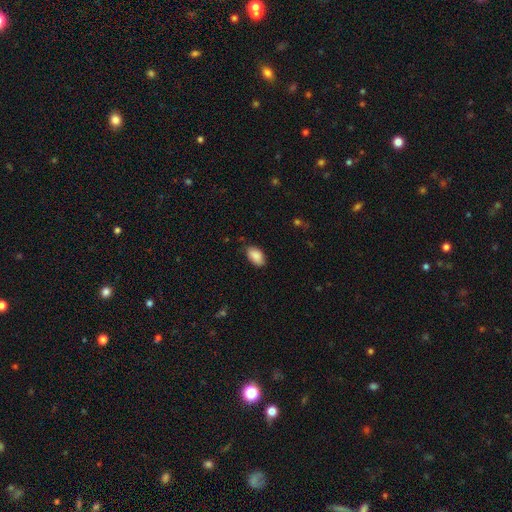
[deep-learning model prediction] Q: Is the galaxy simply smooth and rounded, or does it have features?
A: smooth — 89%.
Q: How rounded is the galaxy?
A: in between — 94%.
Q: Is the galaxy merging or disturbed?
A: none — 80%.